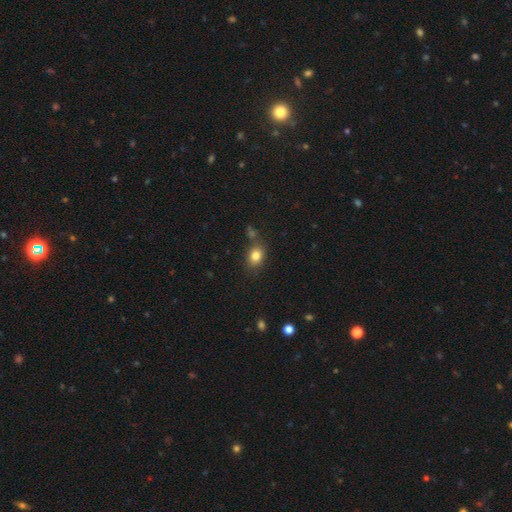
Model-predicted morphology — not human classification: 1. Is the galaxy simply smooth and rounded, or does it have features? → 82% smooth, 11% star or artifact, 7% featured or disk.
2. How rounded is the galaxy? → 58% in between, 41% round, 1% cigar-shaped.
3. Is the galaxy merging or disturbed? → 72% none, 15% minor disturbance, 9% merger, 4% major disturbance.